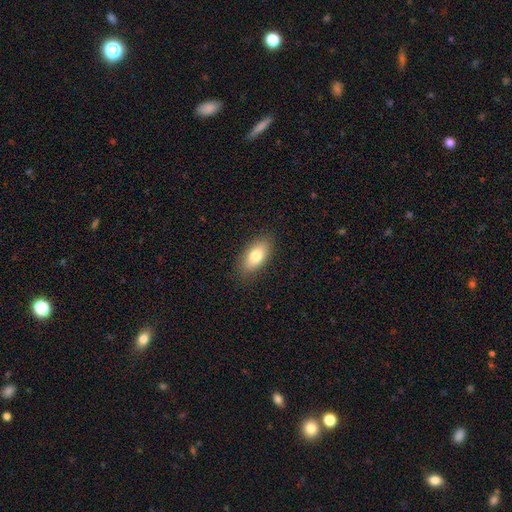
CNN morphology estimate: Smooth or featured?
  - smooth: 77% *
  - featured or disk: 15%
  - star or artifact: 7%
How rounded?
  - in between: 90% *
  - cigar-shaped: 6%
  - round: 4%
Merging?
  - none: 87% *
  - minor disturbance: 10%
  - major disturbance: 2%
  - merger: 1%